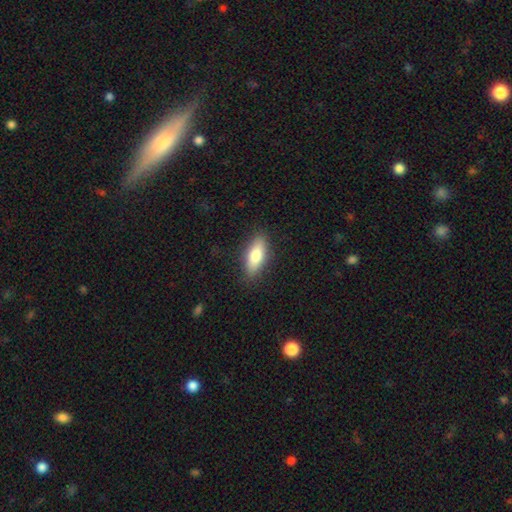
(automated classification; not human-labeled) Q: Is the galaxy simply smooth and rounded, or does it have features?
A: smooth — 75%.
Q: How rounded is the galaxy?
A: in between — 70%.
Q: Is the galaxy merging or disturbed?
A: none — 86%.